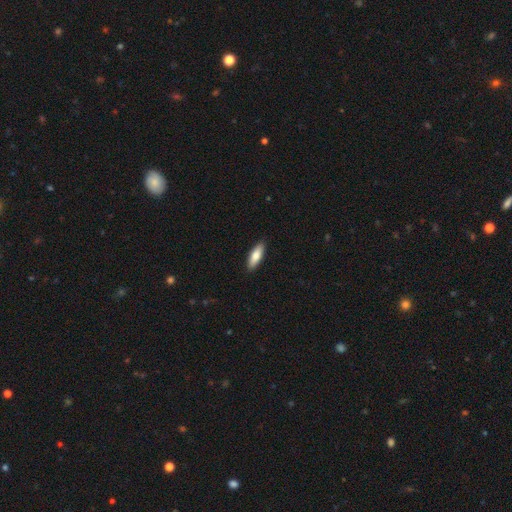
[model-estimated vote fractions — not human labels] A smooth galaxy with no disk features (78%) that is in between round and cigar-shaped (56%).

Vote fractions:
- Smooth or featured? smooth: 78% / featured or disk: 17% / star or artifact: 5%
- How rounded? in between: 56% / cigar-shaped: 42% / round: 2%
- Merging? none: 90% / minor disturbance: 8% / major disturbance: 2% / merger: 1%